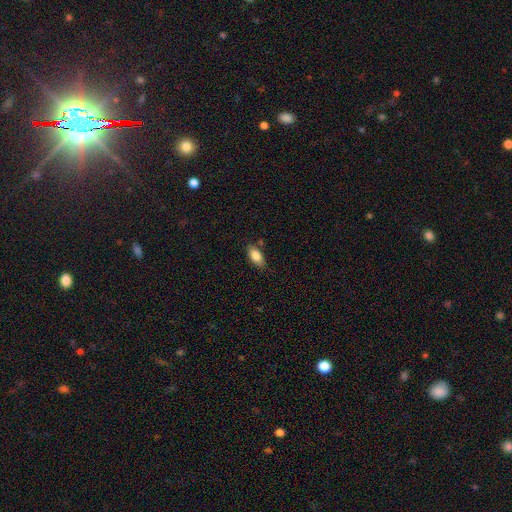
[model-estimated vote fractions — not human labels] This appears to be a smooth galaxy with no disk features (85%) that is in between round and cigar-shaped (90%). Merging: none (75%).